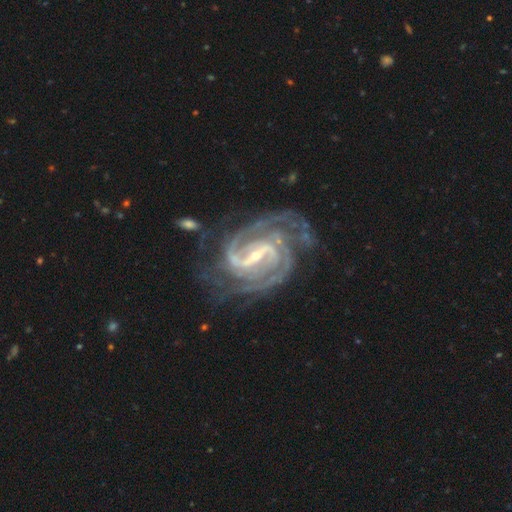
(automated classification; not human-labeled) Q: Smooth or featured?
A: featured or disk (93%); runner-up: star or artifact (4%)
Q: Edge-on disk?
A: no (98%); runner-up: yes (2%)
Q: Bar?
A: strong (61%); runner-up: weak (31%)
Q: Spiral arms?
A: yes (98%); runner-up: no (2%)
Q: Spiral winding?
A: tight (56%); runner-up: medium (37%)
Q: Spiral arm count?
A: 2 (42%); runner-up: 3 (20%)
Q: Bulge size?
A: small (74%); runner-up: moderate (22%)
Q: Merging?
A: none (64%); runner-up: minor disturbance (20%)